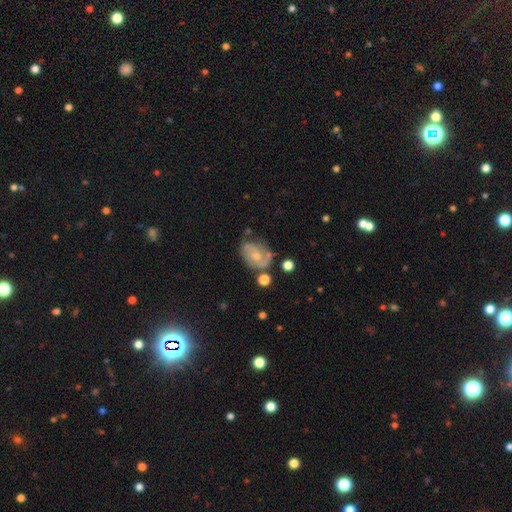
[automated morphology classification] A featured or disk galaxy (59%) with no bar (73%), spiral arms (77%) and a small central bulge (56%). Merging: none (53%).